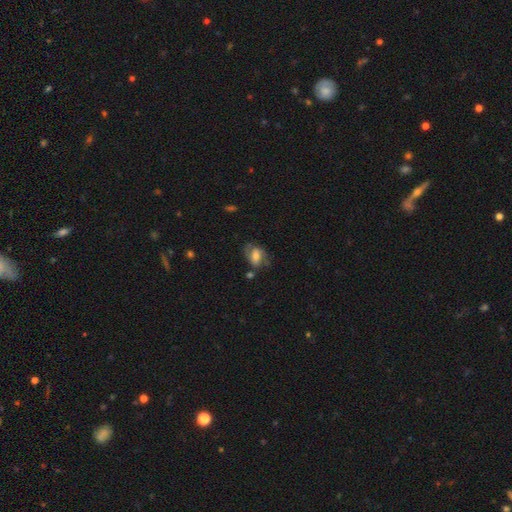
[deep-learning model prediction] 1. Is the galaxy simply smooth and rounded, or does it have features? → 54% featured or disk, 38% smooth, 8% star or artifact.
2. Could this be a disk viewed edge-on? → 95% no, 5% yes.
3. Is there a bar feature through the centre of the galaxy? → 42% weak, 35% no, 24% strong.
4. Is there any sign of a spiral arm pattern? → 81% yes, 19% no.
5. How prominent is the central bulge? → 47% moderate, 23% small, 22% large, 5% none, 3% dominant.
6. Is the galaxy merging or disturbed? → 57% none, 24% minor disturbance, 15% major disturbance, 5% merger.